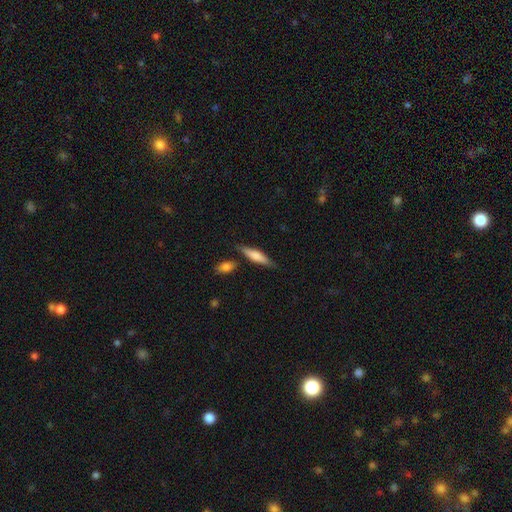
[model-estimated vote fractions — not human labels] A smooth galaxy with no disk features (58%) that is cigar-shaped (72%). Merging: none (78%).